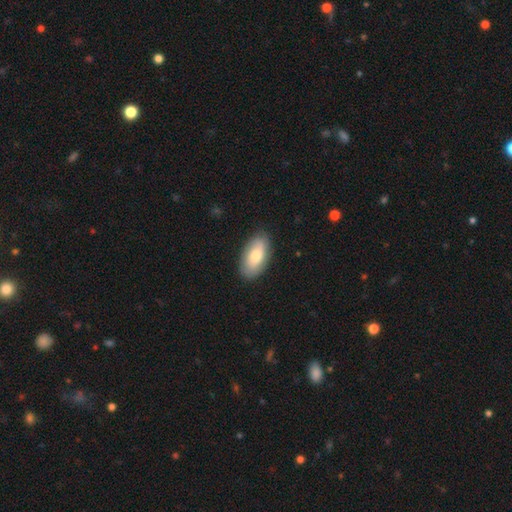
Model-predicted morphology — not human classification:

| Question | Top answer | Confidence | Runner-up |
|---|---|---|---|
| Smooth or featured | smooth | 73% | featured or disk (21%) |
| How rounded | in between | 93% | cigar-shaped (5%) |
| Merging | none | 85% | minor disturbance (11%) |